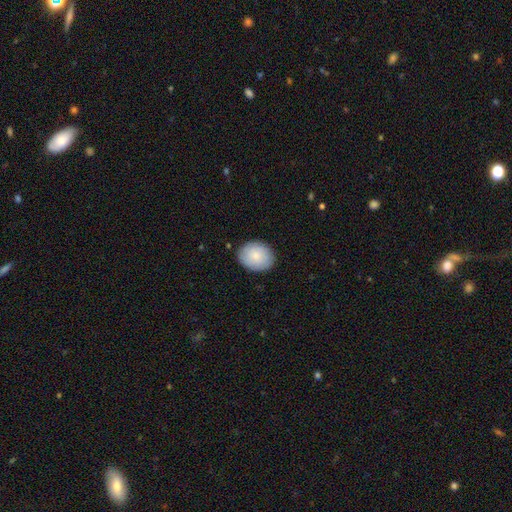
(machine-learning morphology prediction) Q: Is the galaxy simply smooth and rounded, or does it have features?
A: smooth — 81%.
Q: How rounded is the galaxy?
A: round — 50%.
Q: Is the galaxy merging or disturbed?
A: none — 85%.